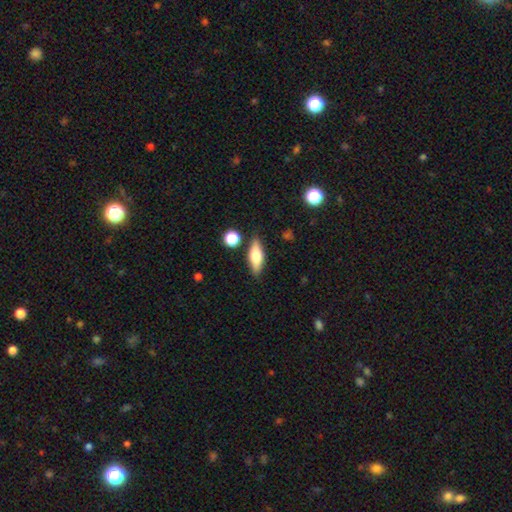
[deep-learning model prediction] smooth-or-featured: smooth: 61% | featured or disk: 31% | star or artifact: 7%
  how-rounded: in between: 60% | cigar-shaped: 36% | round: 4%
  merging: none: 83% | minor disturbance: 11% | merger: 4% | major disturbance: 3%